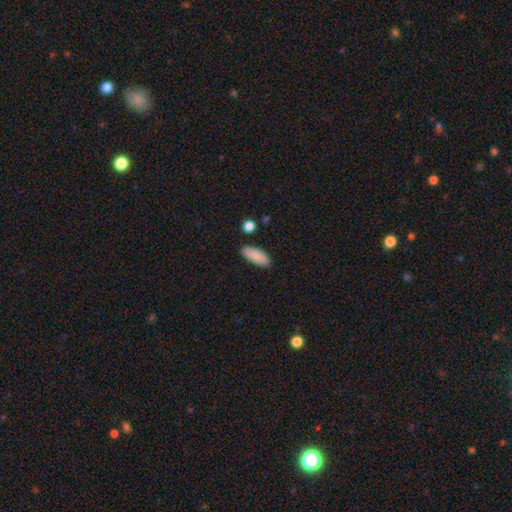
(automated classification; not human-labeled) This appears to be a smooth galaxy with no disk features (89%) that is in between round and cigar-shaped (79%). Merging: none (87%).